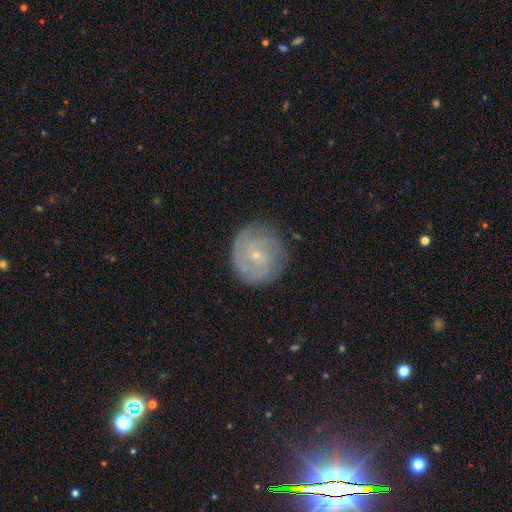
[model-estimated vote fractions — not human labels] Smooth or featured? featured or disk (75%)
Edge-on disk? no (98%)
Bar? no (75%)
Spiral arms? yes (93%)
Spiral winding? tight (70%)
Spiral arm count? can't tell (32%)
Bulge size? small (83%)
Merging? none (81%)